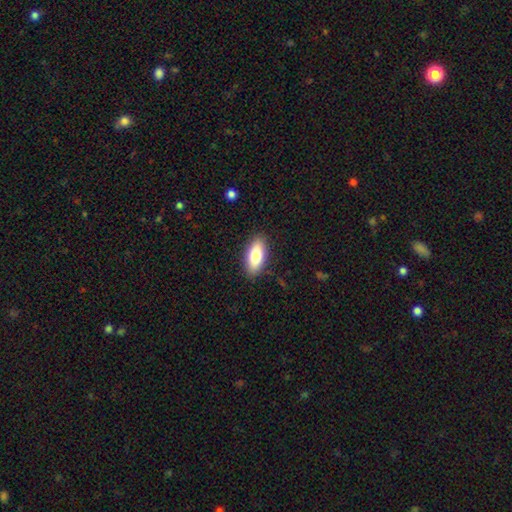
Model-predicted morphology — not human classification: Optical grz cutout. It shows a smooth galaxy with no disk features (80%) that is in between round and cigar-shaped (83%). Merging: none (88%).